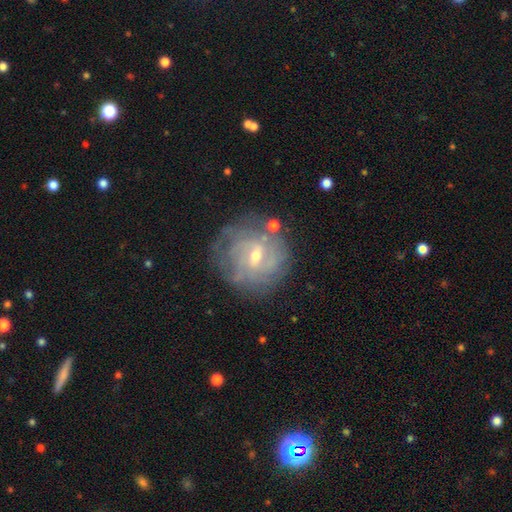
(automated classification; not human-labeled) A featured or disk galaxy (72%) with a weak bar (56%), tight (62%) spiral arms (80%) and a small central bulge (54%). Merging: none (74%).